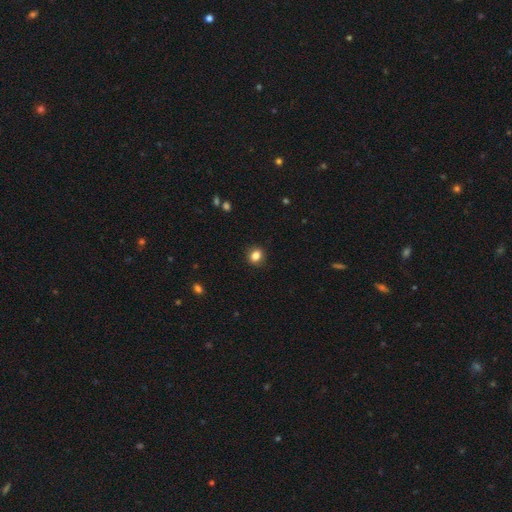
Smooth or featured? smooth (90%)
How rounded? round (57%)
Merging? none (83%)